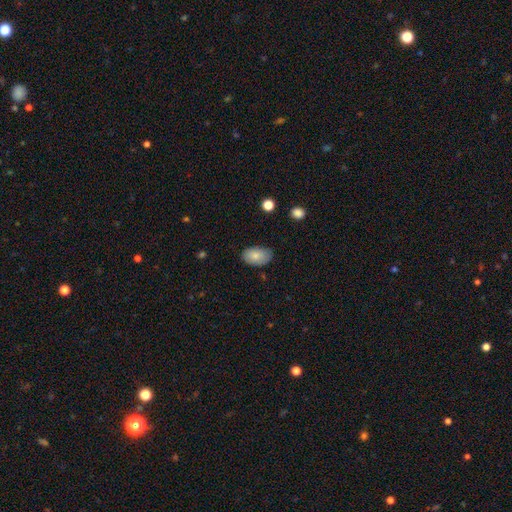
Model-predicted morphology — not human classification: smooth 80%, featured or disk 13%, star or artifact 7%. Down the decision tree: how rounded — in between (92%); merging — none (79%).